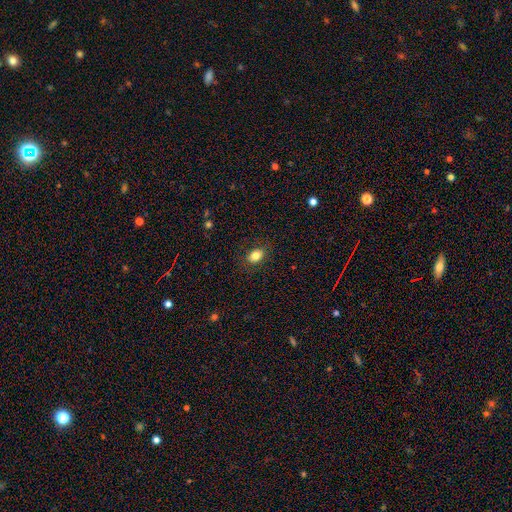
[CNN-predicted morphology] smooth-or-featured: smooth: 82% | star or artifact: 9% | featured or disk: 9%
  how-rounded: in between: 71% | round: 28% | cigar-shaped: 1%
  merging: none: 85% | minor disturbance: 11% | major disturbance: 3% | merger: 1%